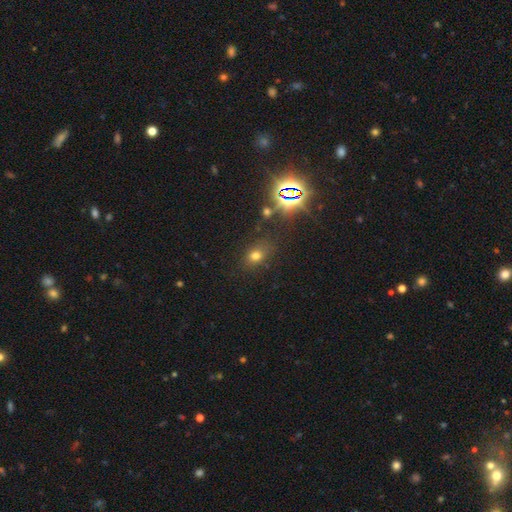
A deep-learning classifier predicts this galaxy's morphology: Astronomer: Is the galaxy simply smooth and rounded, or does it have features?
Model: smooth — 65%.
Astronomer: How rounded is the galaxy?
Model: in between — 57% (runner-up: round, 41%).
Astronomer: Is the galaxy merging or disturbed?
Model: none — 75%.